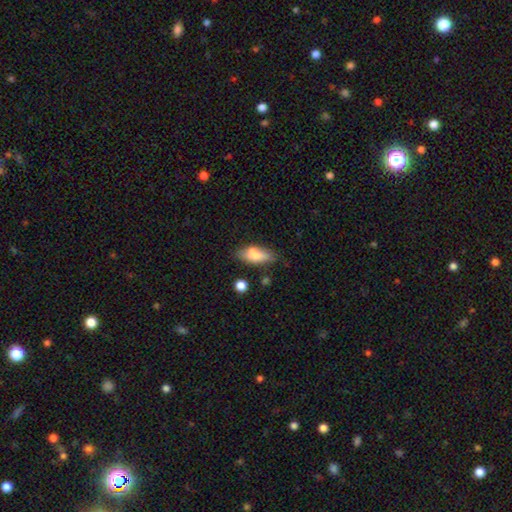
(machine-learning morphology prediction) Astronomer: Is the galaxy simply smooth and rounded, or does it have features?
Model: smooth — 72%.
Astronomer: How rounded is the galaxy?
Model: in between — 71%.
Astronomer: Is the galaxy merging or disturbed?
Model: none — 60%.